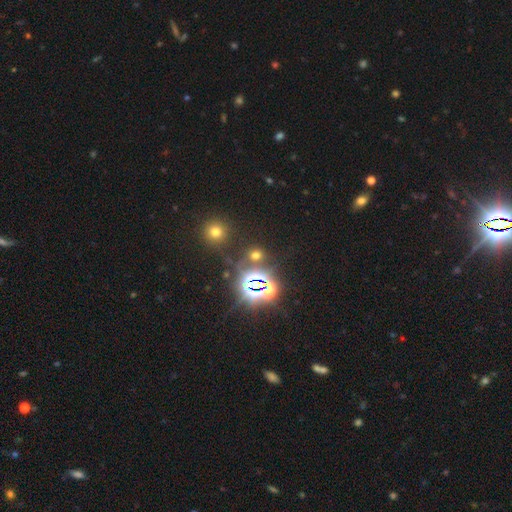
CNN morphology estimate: This appears to be a star or artifact, not a galaxy (50%).